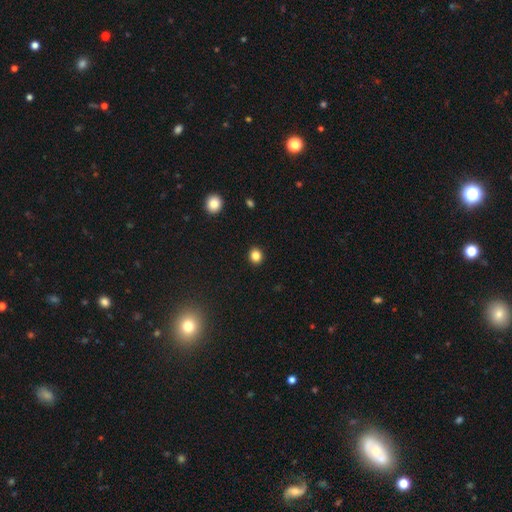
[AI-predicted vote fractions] Morphology: type=smooth (84%); roundness=round (75%); merging=none (92%).